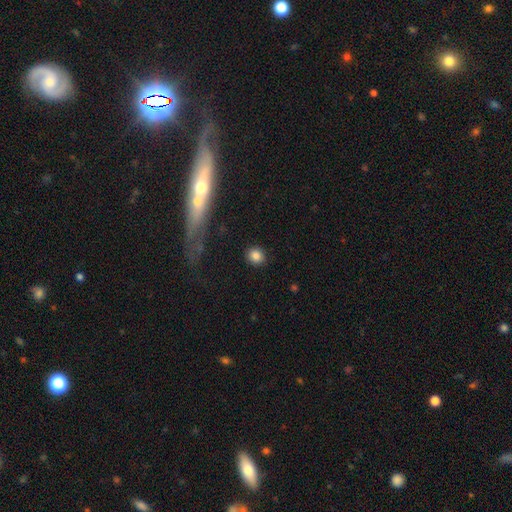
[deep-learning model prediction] smooth_or_featured: smooth (p=0.84) [alt: star or artifact p=0.10]
how_rounded: round (p=0.84) [alt: in between p=0.14]
merging: none (p=0.90) [alt: minor disturbance p=0.06]